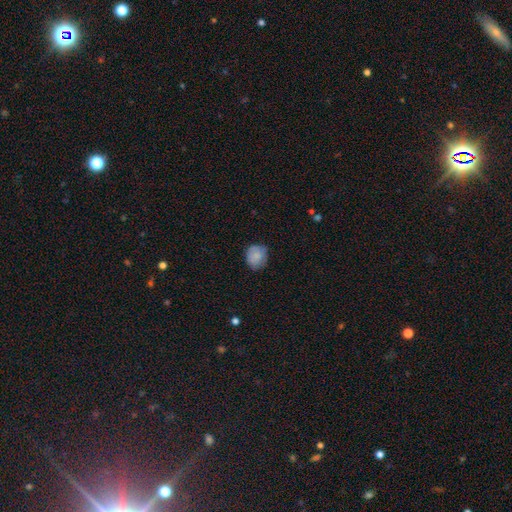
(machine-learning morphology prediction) Q: Smooth or featured?
A: smooth (80%); runner-up: featured or disk (13%)
Q: How rounded?
A: round (73%); runner-up: in between (26%)
Q: Merging?
A: none (75%); runner-up: minor disturbance (20%)